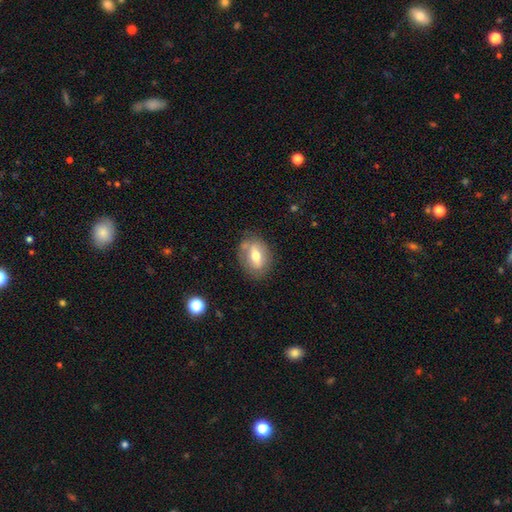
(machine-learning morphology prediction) A smooth galaxy with no disk features (56%) that is in between round and cigar-shaped (78%). Merging: none (72%).